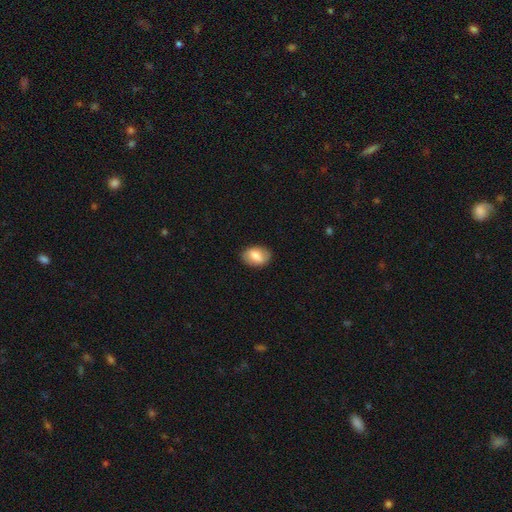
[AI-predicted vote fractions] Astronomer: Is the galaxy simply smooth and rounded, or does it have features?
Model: smooth — 70%.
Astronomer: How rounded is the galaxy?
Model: in between — 85%.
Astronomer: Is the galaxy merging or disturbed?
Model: none — 85%.